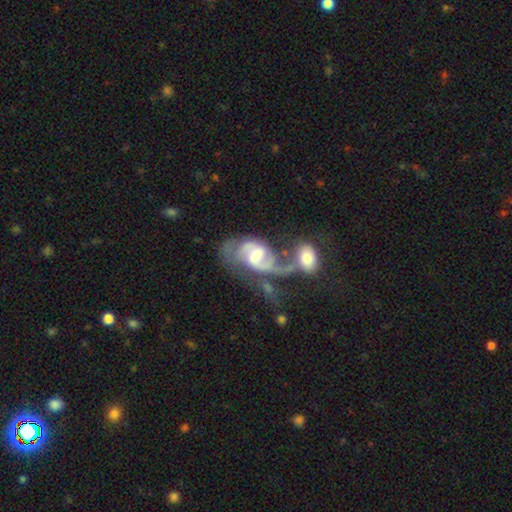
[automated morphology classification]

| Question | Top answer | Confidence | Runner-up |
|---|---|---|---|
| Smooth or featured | featured or disk | 82% | smooth (12%) |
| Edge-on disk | no | 97% | yes (3%) |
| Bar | weak | 50% | strong (30%) |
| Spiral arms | yes | 91% | no (9%) |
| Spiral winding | medium | 43% | tied: loose (43%) |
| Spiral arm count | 2 | 80% | can't tell (8%) |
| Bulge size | moderate | 43% | small (24%) |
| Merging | merger | 53% | major disturbance (21%) |